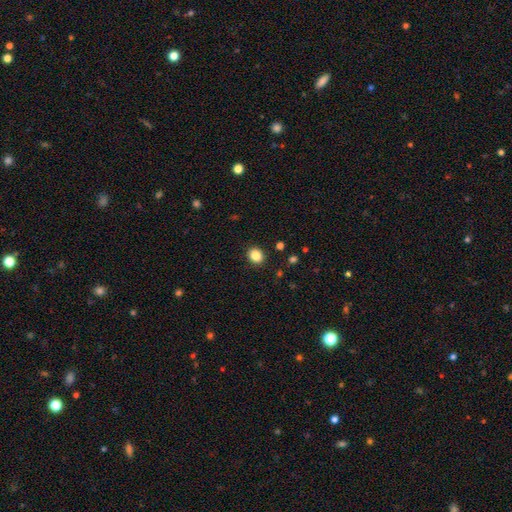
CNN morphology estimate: A smooth galaxy with no disk features (85%) that is round (66%).

Vote fractions:
- Smooth or featured? smooth: 85% / star or artifact: 10% / featured or disk: 4%
- How rounded? round: 66% / in between: 33% / cigar-shaped: 1%
- Merging? none: 91% / minor disturbance: 6% / major disturbance: 2% / merger: 1%